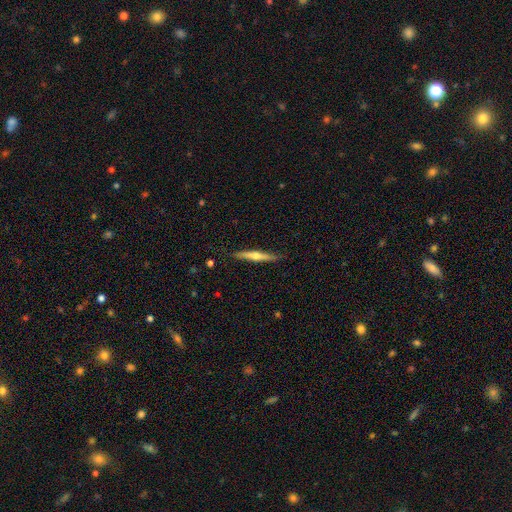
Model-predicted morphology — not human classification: Smooth or featured? Predicted: featured or disk (p=0.57). Edge-on disk? Predicted: yes (p=0.96). Edge-on bulge? Predicted: rounded (p=0.86). Merging? Predicted: none (p=0.88).